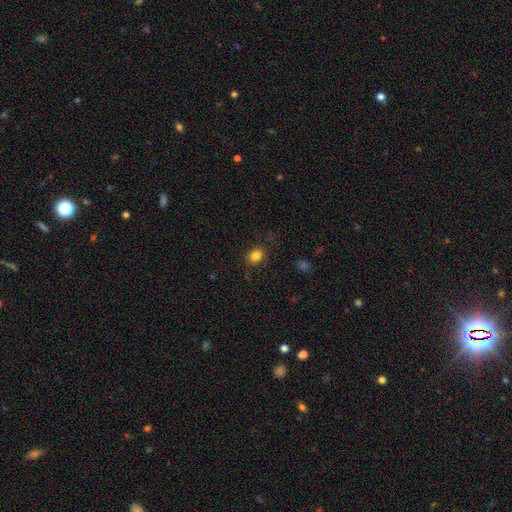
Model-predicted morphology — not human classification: A smooth galaxy with no disk features (82%) that is round (62%).

Vote fractions:
- Smooth or featured? smooth: 82% / star or artifact: 12% / featured or disk: 6%
- How rounded? round: 62% / in between: 37% / cigar-shaped: 1%
- Merging? none: 80% / minor disturbance: 14% / major disturbance: 5% / merger: 1%